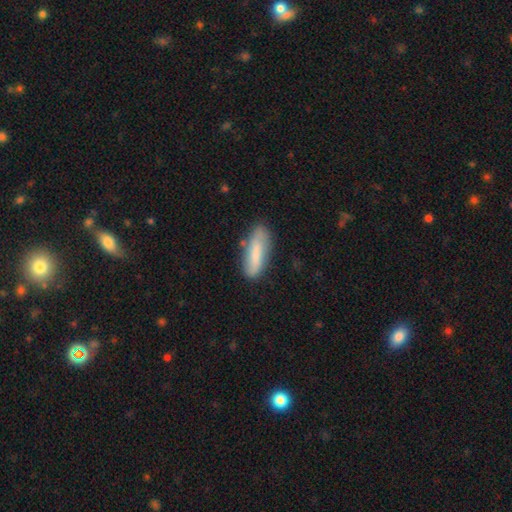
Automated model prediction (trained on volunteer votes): Smooth or featured? smooth (76%)
How rounded? in between (50%)
Merging? none (71%)